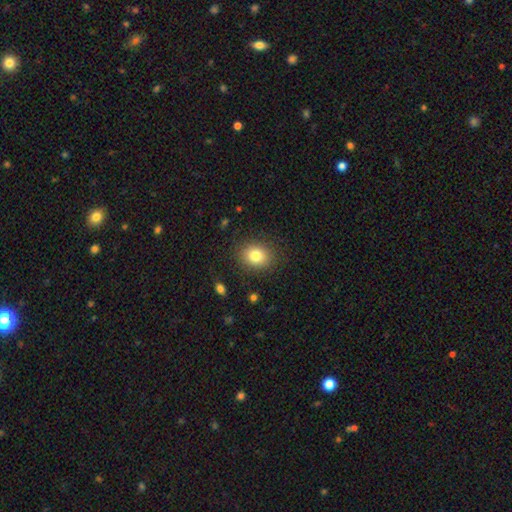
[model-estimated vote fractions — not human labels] smooth-or-featured: smooth: 81% | star or artifact: 10% | featured or disk: 8%
  how-rounded: round: 55% | in between: 44% | cigar-shaped: 1%
  merging: none: 87% | minor disturbance: 9% | major disturbance: 3% | merger: 1%